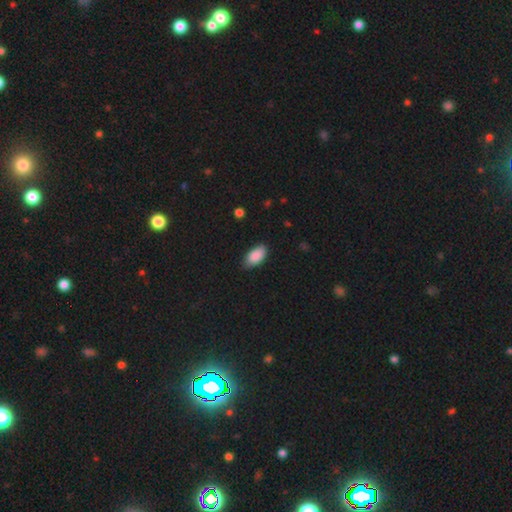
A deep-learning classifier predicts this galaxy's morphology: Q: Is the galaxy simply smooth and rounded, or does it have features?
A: smooth — 89%.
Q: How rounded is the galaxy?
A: in between — 94%.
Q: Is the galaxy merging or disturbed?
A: none — 78%.